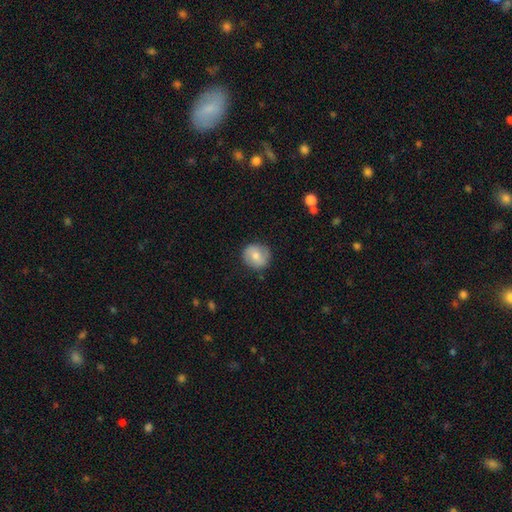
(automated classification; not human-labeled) Smooth or featured? smooth (67%)
How rounded? round (87%)
Merging? none (84%)